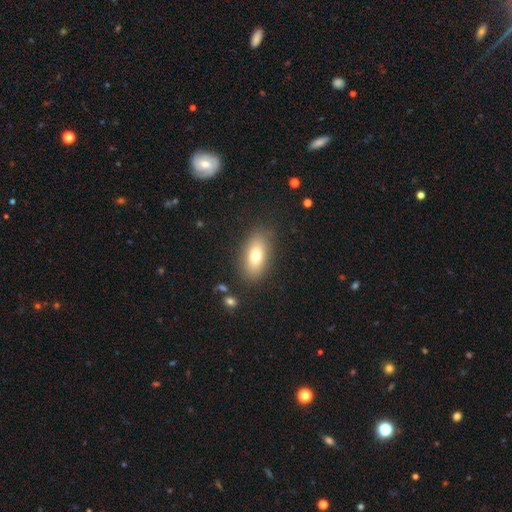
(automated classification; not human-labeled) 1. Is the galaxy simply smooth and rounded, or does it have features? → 72% smooth, 20% featured or disk, 9% star or artifact.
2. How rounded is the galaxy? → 83% in between, 12% cigar-shaped, 5% round.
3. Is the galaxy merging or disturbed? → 84% none, 11% minor disturbance, 4% major disturbance, 2% merger.